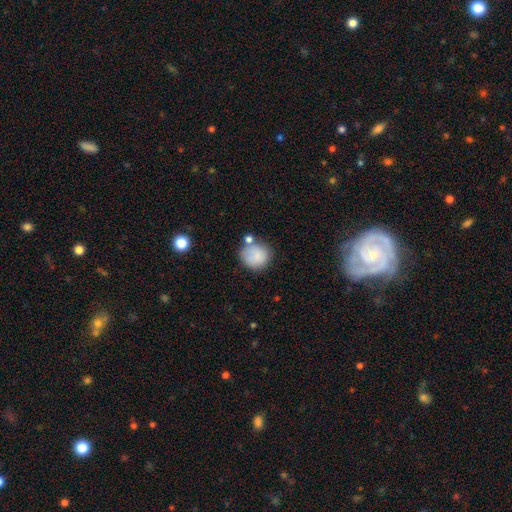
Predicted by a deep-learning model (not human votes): Overall: smooth (83%). How rounded: round (84%). Merging: none (61%).